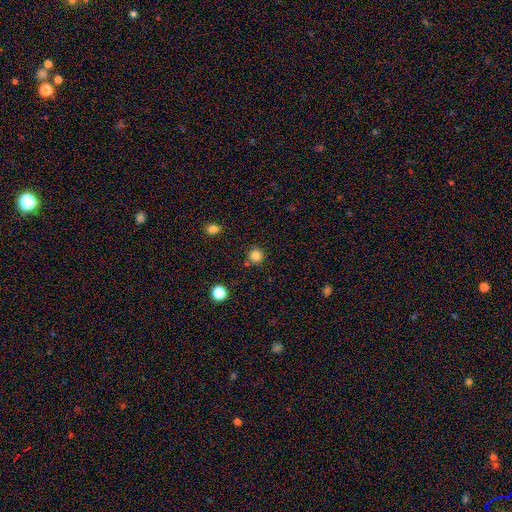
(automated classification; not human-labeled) The model was most divided on "smooth or featured": smooth: 83%, star or artifact: 12%, featured or disk: 5%. More confident: how rounded — round (93%); merging — none (83%).